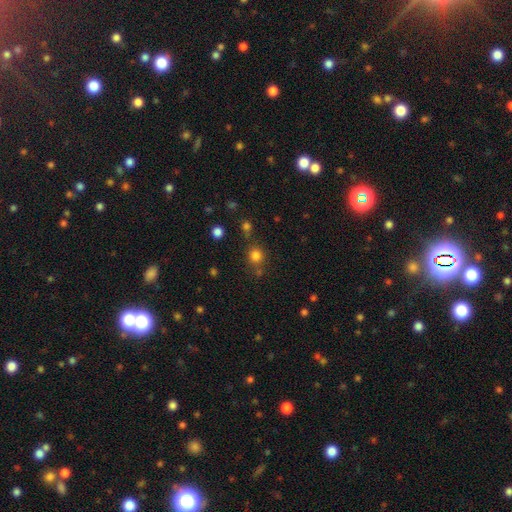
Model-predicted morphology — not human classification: The model was most divided on "merging": none: 74%, minor disturbance: 12%, merger: 10%, major disturbance: 5%. More confident: how rounded — round (87%); smooth or featured — smooth (79%).